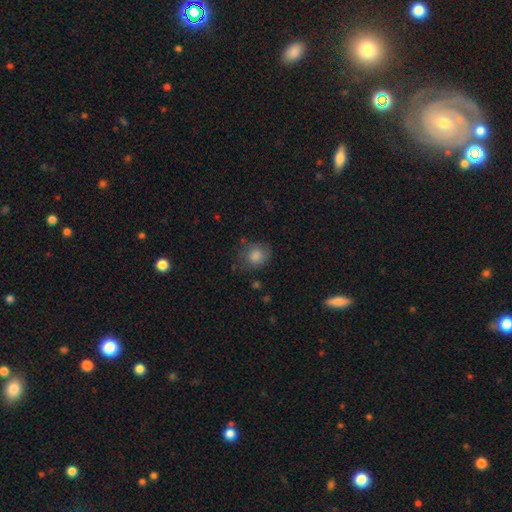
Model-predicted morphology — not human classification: This is clearly a smooth galaxy (83%). How rounded: likely round (69%). Merging: likely none (65%).